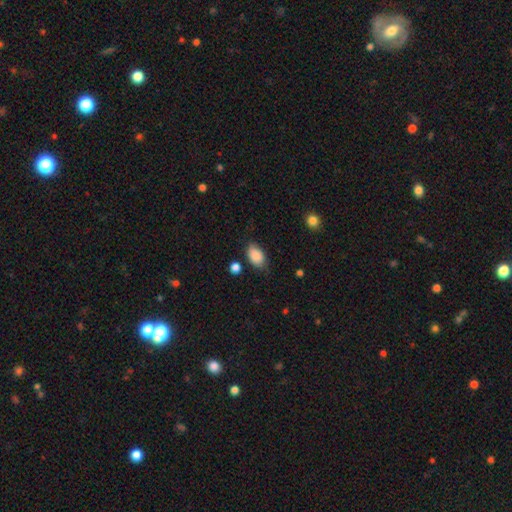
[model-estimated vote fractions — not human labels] Smooth or featured? smooth (88%)
How rounded? in between (90%)
Merging? none (77%)